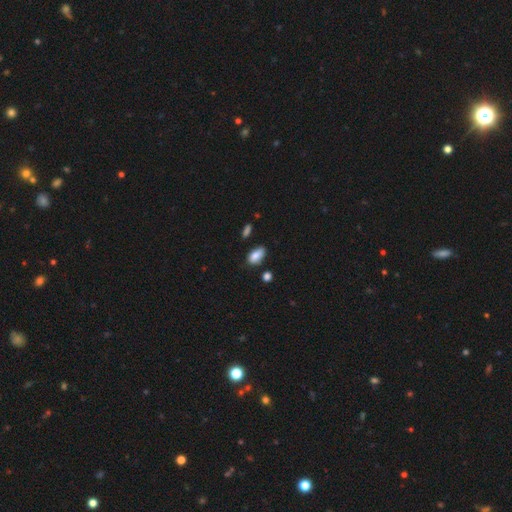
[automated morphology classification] smooth_or_featured: smooth (p=0.83) [alt: featured or disk p=0.09]
how_rounded: in between (p=0.92) [alt: round p=0.05]
merging: none (p=0.71) [alt: minor disturbance p=0.21]